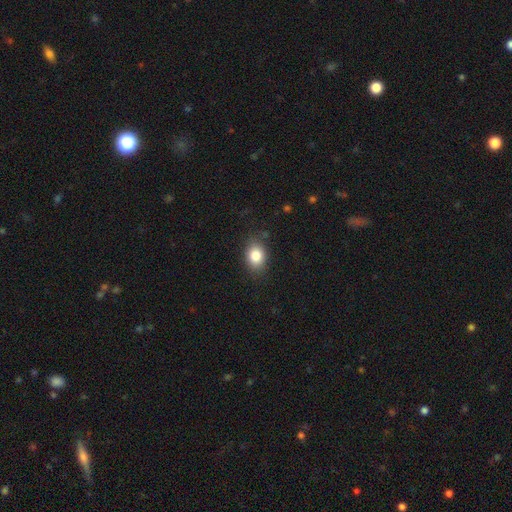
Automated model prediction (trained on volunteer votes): smooth 83%, star or artifact 9%, featured or disk 8%. Down the decision tree: how rounded — in between (64%); merging — none (83%).